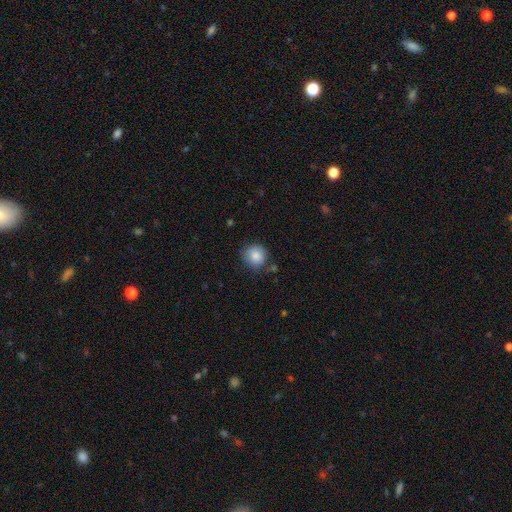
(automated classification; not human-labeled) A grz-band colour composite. It shows a smooth galaxy with no disk features (86%) that is round (90%). Merging: none (78%).